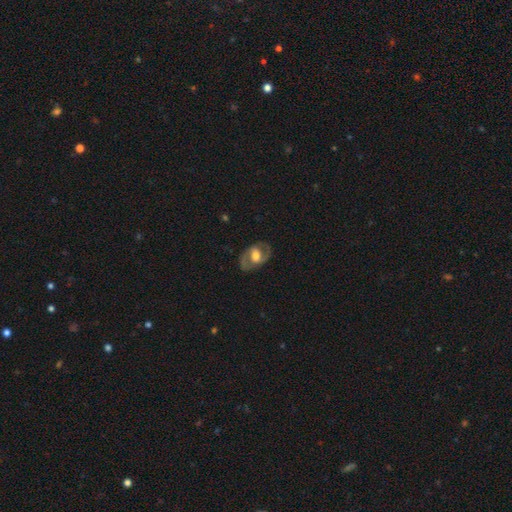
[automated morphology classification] smooth-or-featured: featured or disk: 67% | smooth: 27% | star or artifact: 6%
  disk-edge-on: no: 94% | yes: 6%
    bar: weak: 40% | no: 39% | strong: 21%
    has-spiral-arms: yes: 67% | no: 33%
    bulge-size: moderate: 52% | large: 33% | small: 10% | dominant: 2% | none: 2%
  merging: none: 77% | minor disturbance: 14% | major disturbance: 7% | merger: 1%